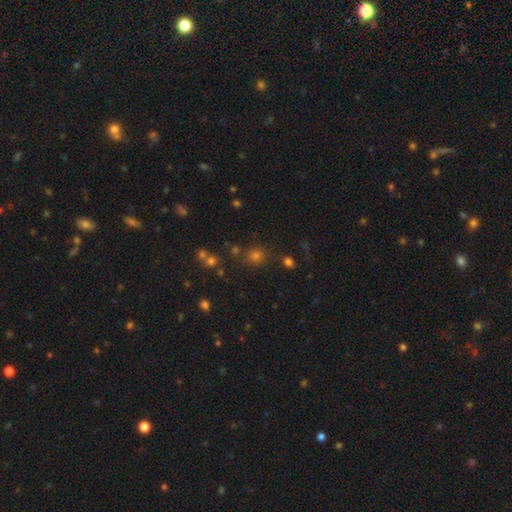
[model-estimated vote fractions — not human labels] Smooth or featured?
  - smooth: 63% *
  - star or artifact: 30%
  - featured or disk: 7%
How rounded?
  - round: 88% *
  - in between: 11%
  - cigar-shaped: 1%
Merging?
  - none: 81% *
  - minor disturbance: 9%
  - merger: 7%
  - major disturbance: 4%